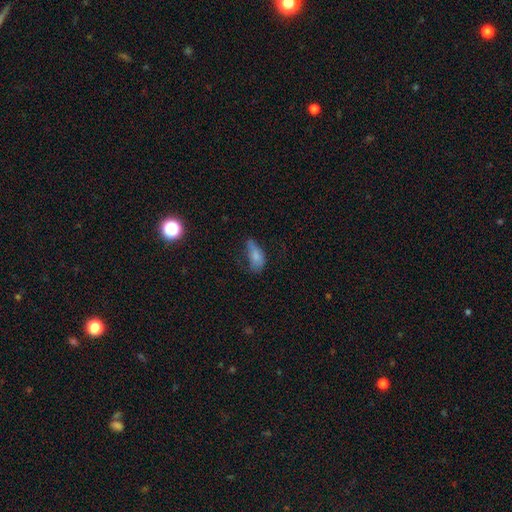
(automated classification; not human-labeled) smooth 74%, featured or disk 16%, star or artifact 10%. Down the decision tree: how rounded — in between (87%); merging — minor disturbance (37%).